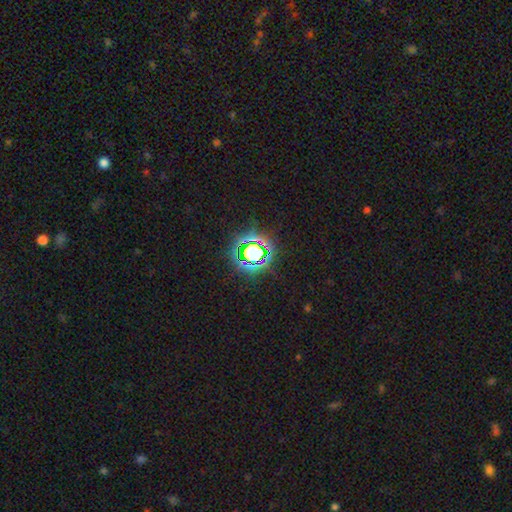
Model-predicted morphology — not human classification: star or artifact 67%, smooth 21%, featured or disk 12%.